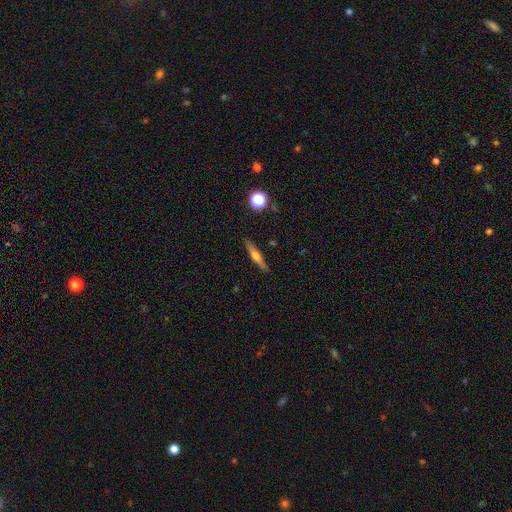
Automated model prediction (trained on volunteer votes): Q: Smooth or featured?
A: featured or disk (58%); runner-up: smooth (34%)
Q: Edge-on disk?
A: yes (96%); runner-up: no (4%)
Q: Edge-on bulge?
A: rounded (84%); runner-up: boxy (9%)
Q: Merging?
A: none (89%); runner-up: minor disturbance (8%)